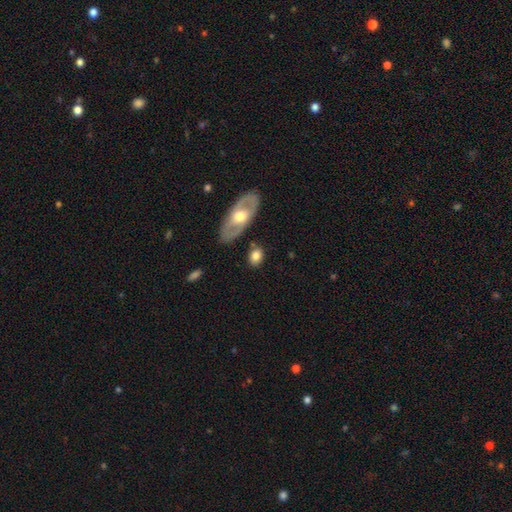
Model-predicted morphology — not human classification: The model was most divided on "how rounded": in between: 70%, round: 27%, cigar-shaped: 3%. More confident: merging — none (79%); smooth or featured — smooth (74%).